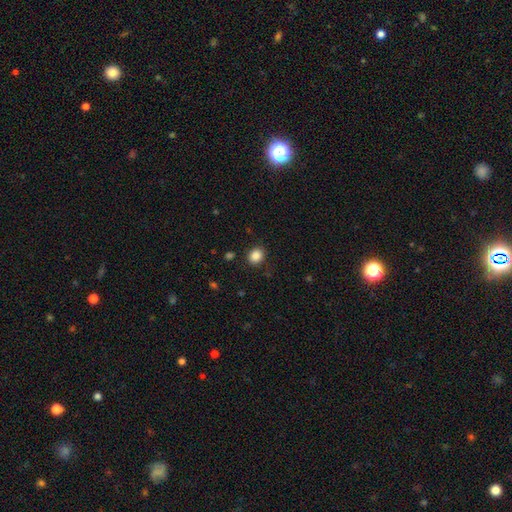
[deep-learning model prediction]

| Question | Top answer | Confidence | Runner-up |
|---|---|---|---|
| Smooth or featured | smooth | 87% | star or artifact (10%) |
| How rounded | round | 61% | in between (38%) |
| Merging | none | 88% | minor disturbance (8%) |